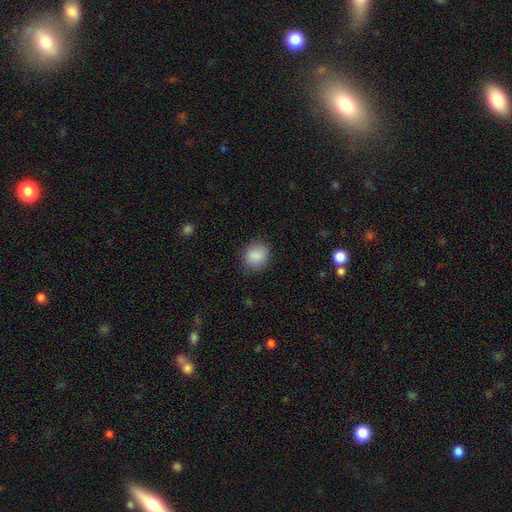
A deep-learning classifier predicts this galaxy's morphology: Smooth or featured: smooth — 88% (star or artifact — 8%)
How rounded: round — 75% (in between — 25%)
Merging: none — 84% (minor disturbance — 12%)